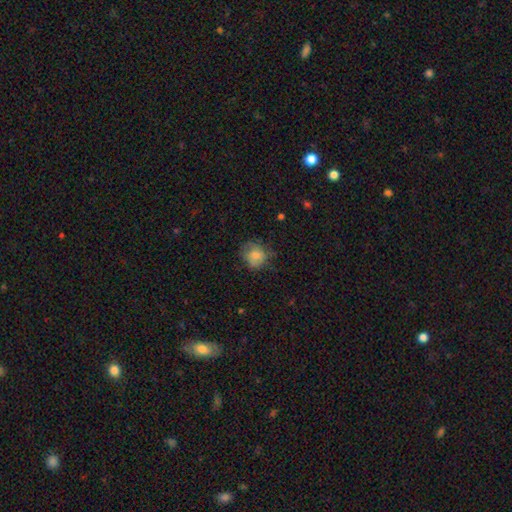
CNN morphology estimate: Q: Smooth or featured?
A: smooth (72%); runner-up: featured or disk (19%)
Q: How rounded?
A: round (71%); runner-up: in between (28%)
Q: Merging?
A: none (58%); runner-up: minor disturbance (27%)